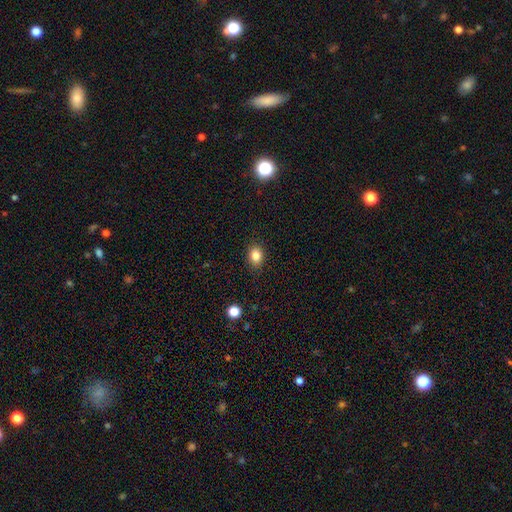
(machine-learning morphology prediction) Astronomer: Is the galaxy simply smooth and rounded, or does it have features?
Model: smooth — 83%.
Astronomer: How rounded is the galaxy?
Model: in between — 58% (runner-up: round, 41%).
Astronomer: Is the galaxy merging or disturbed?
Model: none — 88%.